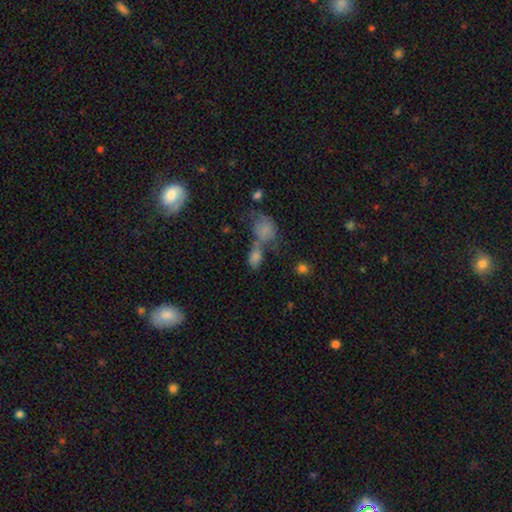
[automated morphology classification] Q: Smooth or featured?
A: smooth (64%); runner-up: star or artifact (19%)
Q: How rounded?
A: in between (66%); runner-up: round (28%)
Q: Merging?
A: merger (44%); runner-up: none (36%)